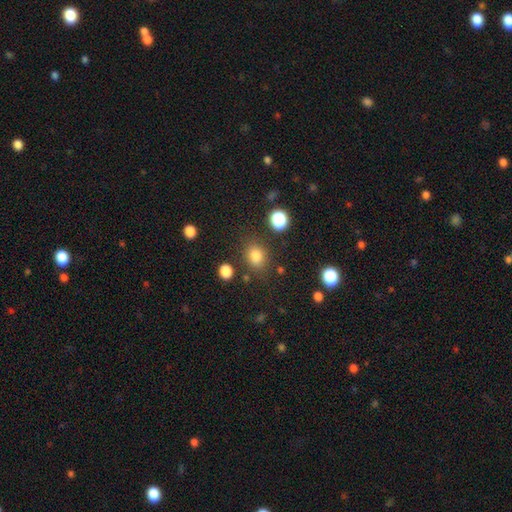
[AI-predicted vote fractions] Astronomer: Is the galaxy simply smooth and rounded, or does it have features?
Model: smooth — 80%.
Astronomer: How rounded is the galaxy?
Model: round — 51% (runner-up: in between, 47%).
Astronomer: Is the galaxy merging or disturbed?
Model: none — 78%.